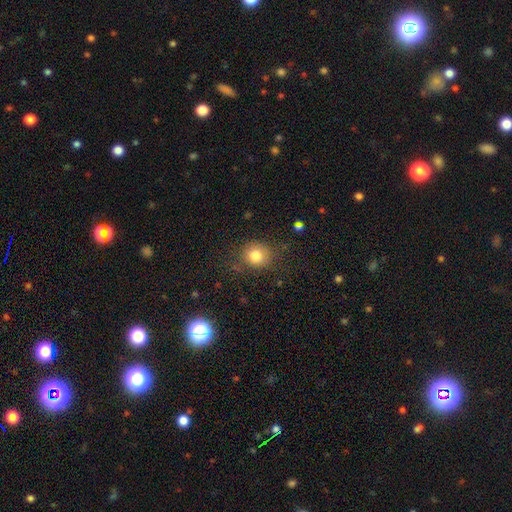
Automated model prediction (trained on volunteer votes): Smooth or featured?
  - smooth: 80% *
  - star or artifact: 12%
  - featured or disk: 8%
How rounded?
  - round: 78% *
  - in between: 21%
  - cigar-shaped: 1%
Merging?
  - none: 76% *
  - minor disturbance: 16%
  - major disturbance: 6%
  - merger: 2%